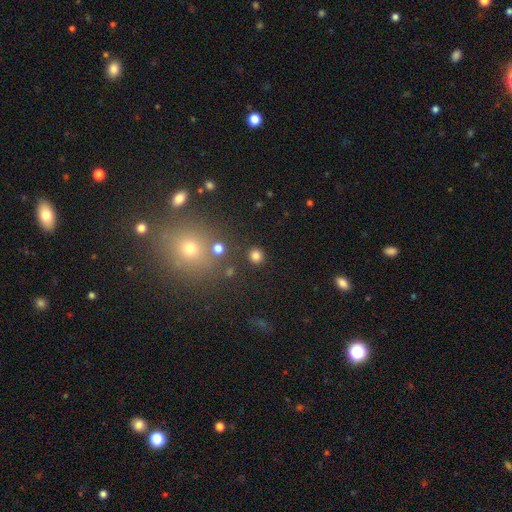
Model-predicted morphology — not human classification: Smooth or featured? smooth (80%)
How rounded? round (91%)
Merging? none (88%)